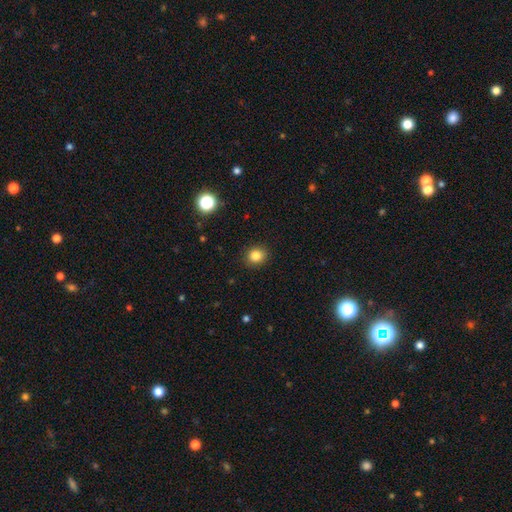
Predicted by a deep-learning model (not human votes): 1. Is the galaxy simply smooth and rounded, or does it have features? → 84% smooth, 12% star or artifact, 5% featured or disk.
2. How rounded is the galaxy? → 77% round, 22% in between, 1% cigar-shaped.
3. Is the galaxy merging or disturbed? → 90% none, 7% minor disturbance, 2% major disturbance, 1% merger.